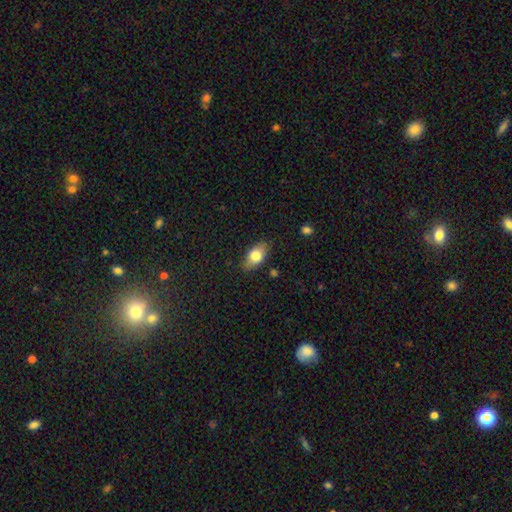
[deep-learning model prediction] A smooth galaxy with no disk features (76%) that is in between round and cigar-shaped (88%). Merging: none (82%).